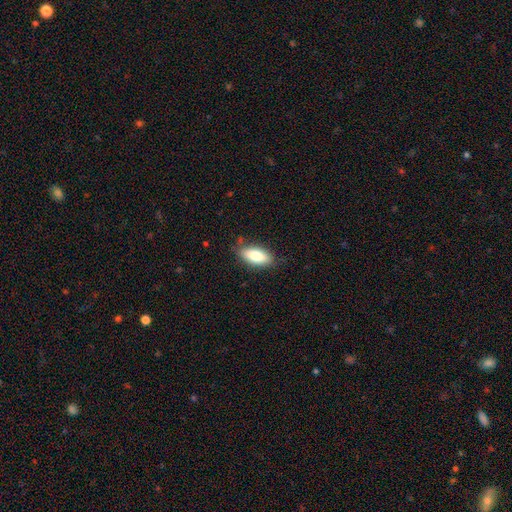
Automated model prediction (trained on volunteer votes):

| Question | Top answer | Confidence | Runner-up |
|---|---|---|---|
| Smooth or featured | smooth | 81% | featured or disk (13%) |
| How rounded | in between | 85% | cigar-shaped (13%) |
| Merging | none | 81% | minor disturbance (15%) |